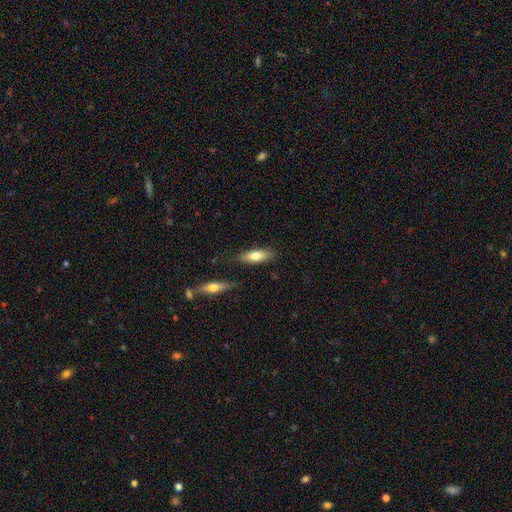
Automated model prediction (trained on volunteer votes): smooth_or_featured: smooth (p=0.74) [alt: featured or disk p=0.20]
how_rounded: in between (p=0.61) [alt: cigar-shaped p=0.37]
merging: none (p=0.78) [alt: minor disturbance p=0.14]